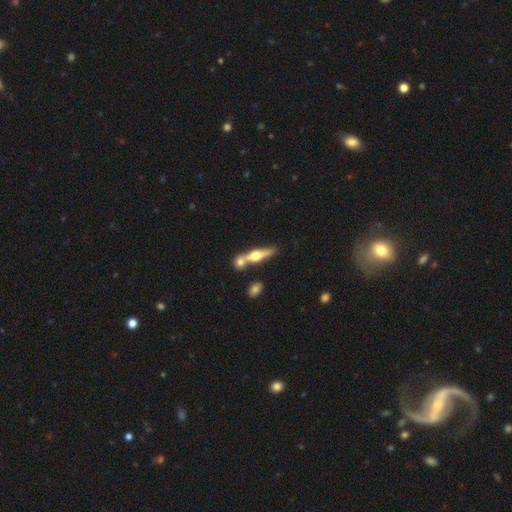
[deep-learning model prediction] Q: Smooth or featured?
A: featured or disk (59%); runner-up: smooth (34%)
Q: Edge-on disk?
A: yes (93%); runner-up: no (7%)
Q: Edge-on bulge?
A: rounded (94%); runner-up: boxy (4%)
Q: Merging?
A: none (57%); runner-up: merger (29%)